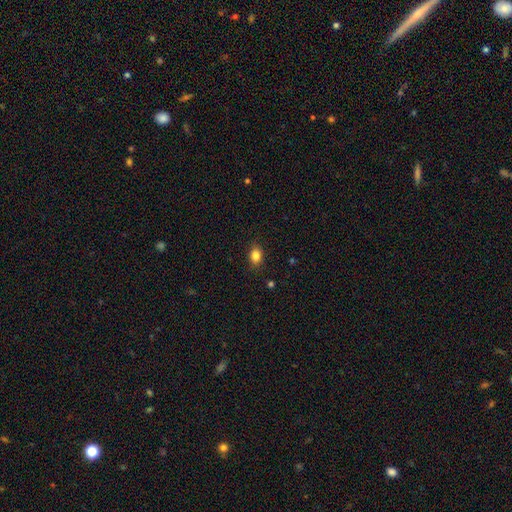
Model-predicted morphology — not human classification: Q: Smooth or featured?
A: smooth (84%); runner-up: star or artifact (10%)
Q: How rounded?
A: in between (69%); runner-up: round (29%)
Q: Merging?
A: none (86%); runner-up: minor disturbance (10%)